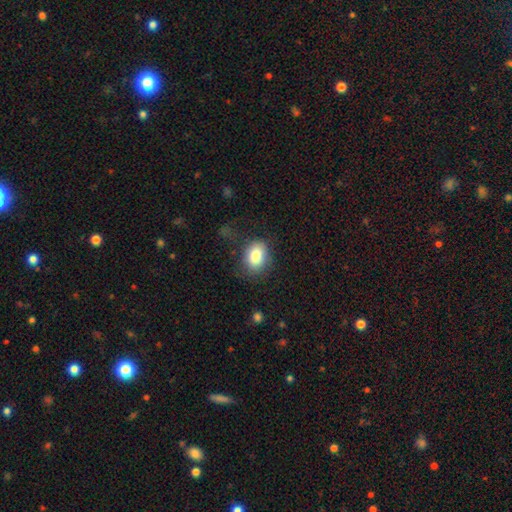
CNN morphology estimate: smooth_or_featured: smooth (p=0.81) [alt: featured or disk p=0.10]
how_rounded: in between (p=0.64) [alt: round p=0.35]
merging: none (p=0.68) [alt: minor disturbance p=0.19]